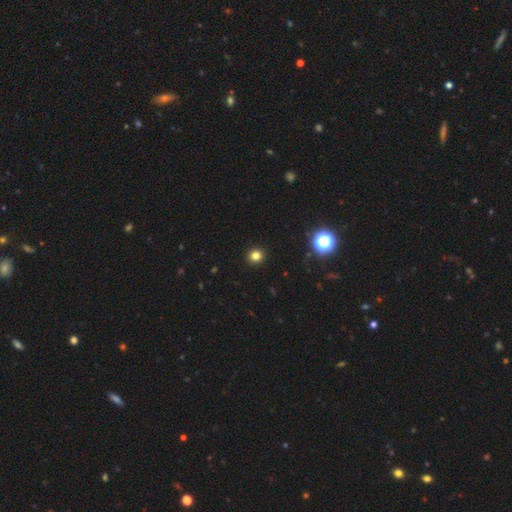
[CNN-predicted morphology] Smooth or featured?
  - smooth: 80% *
  - star or artifact: 15%
  - featured or disk: 5%
How rounded?
  - round: 91% *
  - in between: 8%
  - cigar-shaped: 1%
Merging?
  - none: 93% *
  - minor disturbance: 4%
  - major disturbance: 2%
  - merger: 1%